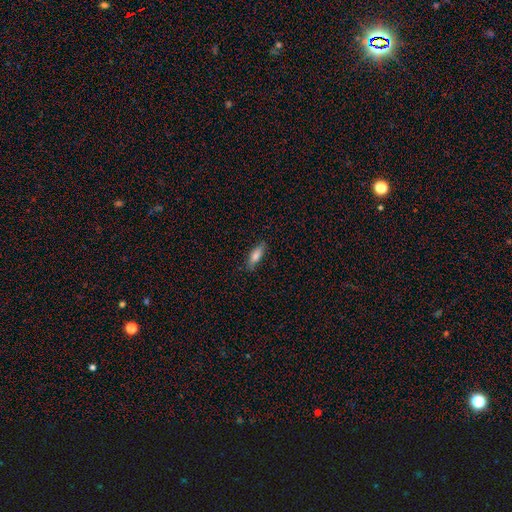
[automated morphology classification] Smooth or featured?
  - smooth: 80% *
  - featured or disk: 14%
  - star or artifact: 7%
How rounded?
  - in between: 55% *
  - cigar-shaped: 43%
  - round: 2%
Merging?
  - none: 82% *
  - minor disturbance: 14%
  - major disturbance: 3%
  - merger: 1%